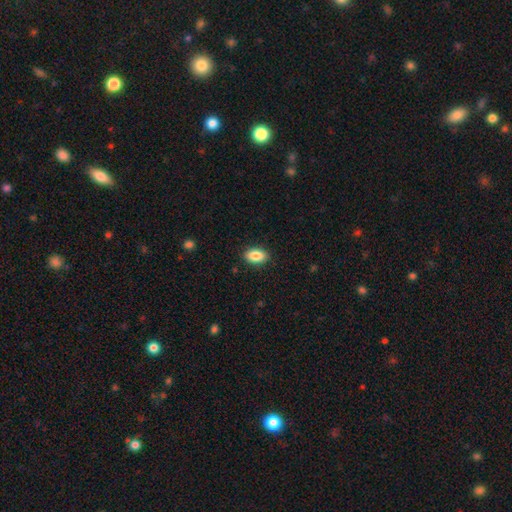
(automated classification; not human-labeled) The model was most divided on "smooth or featured": smooth: 87%, star or artifact: 7%, featured or disk: 6%. More confident: how rounded — in between (92%); merging — none (89%).